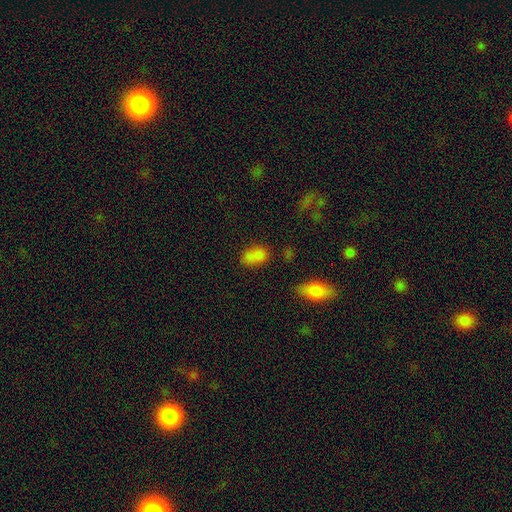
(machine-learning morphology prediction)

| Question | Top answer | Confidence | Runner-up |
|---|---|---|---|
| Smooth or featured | smooth | 78% | star or artifact (14%) |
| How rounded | in between | 87% | round (11%) |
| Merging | none | 60% | minor disturbance (20%) |